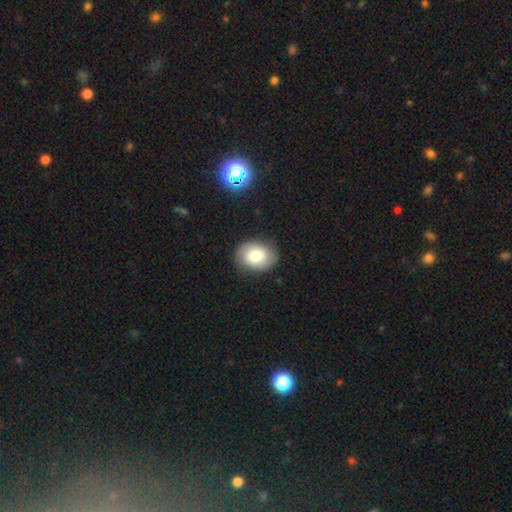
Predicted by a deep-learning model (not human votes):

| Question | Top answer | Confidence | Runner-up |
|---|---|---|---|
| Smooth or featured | smooth | 73% | featured or disk (19%) |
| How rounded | in between | 66% | round (33%) |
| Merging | none | 83% | minor disturbance (12%) |